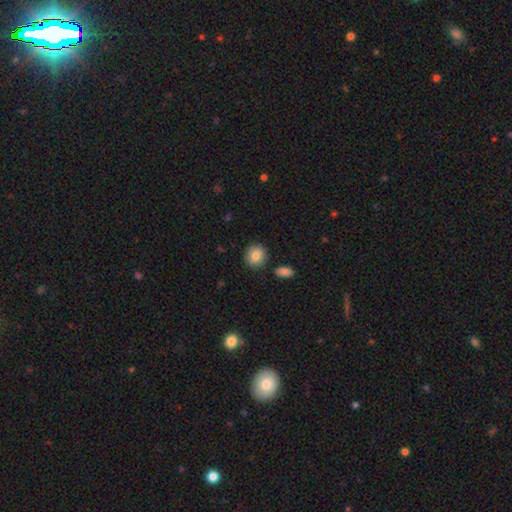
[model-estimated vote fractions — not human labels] Smooth or featured? smooth (84%)
How rounded? round (89%)
Merging? none (87%)